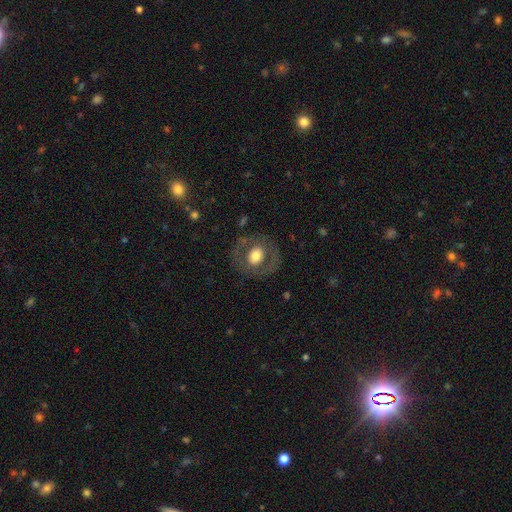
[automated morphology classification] type=smooth (55%); roundness=round (72%); merging=none (79%).